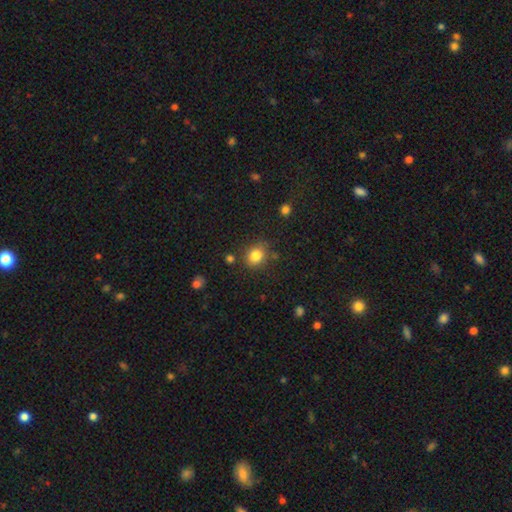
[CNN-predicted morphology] A smooth galaxy with no disk features (83%) that is round (72%).

Vote fractions:
- Smooth or featured? smooth: 83% / star or artifact: 11% / featured or disk: 6%
- How rounded? round: 72% / in between: 27% / cigar-shaped: 1%
- Merging? none: 78% / minor disturbance: 13% / merger: 6% / major disturbance: 4%